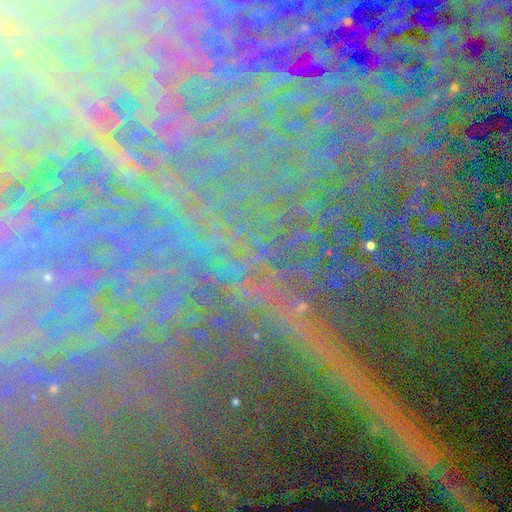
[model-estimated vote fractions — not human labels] Smooth or featured?
  - star or artifact: 80% *
  - featured or disk: 11%
  - smooth: 9%